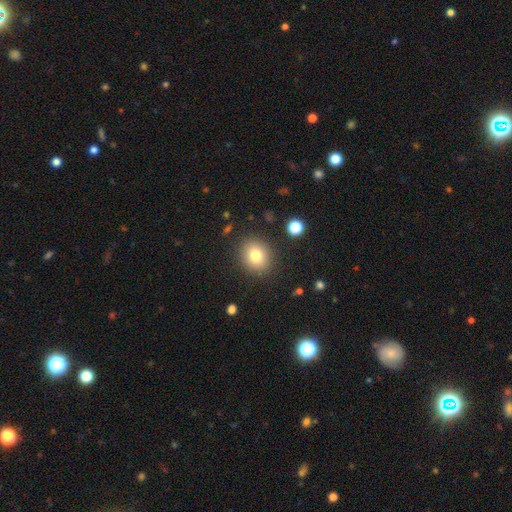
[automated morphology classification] This is likely a smooth galaxy (78%). How rounded: likely round (71%). Merging: clearly none (88%).